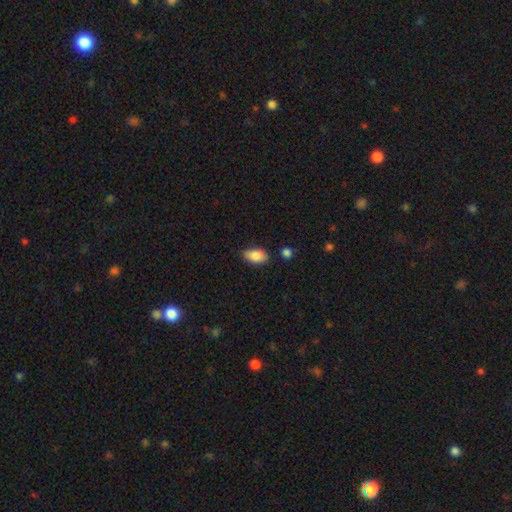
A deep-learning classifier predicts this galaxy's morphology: Smooth or featured?
  - smooth: 86% *
  - star or artifact: 7%
  - featured or disk: 7%
How rounded?
  - in between: 92% *
  - round: 5%
  - cigar-shaped: 3%
Merging?
  - none: 76% *
  - minor disturbance: 17%
  - merger: 3%
  - major disturbance: 3%